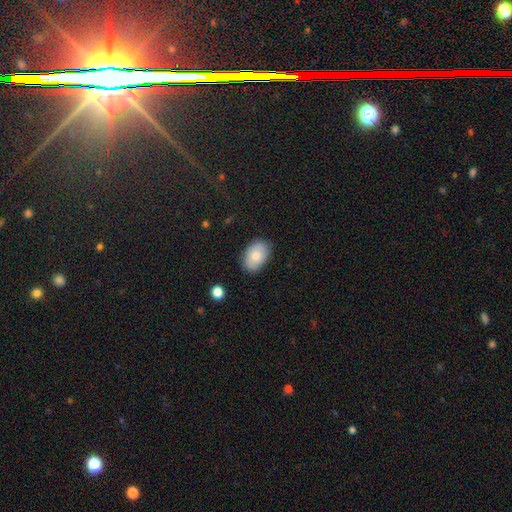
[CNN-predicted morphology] This is clearly a smooth galaxy (80%). How rounded: clearly in between (87%). Merging: clearly none (84%).